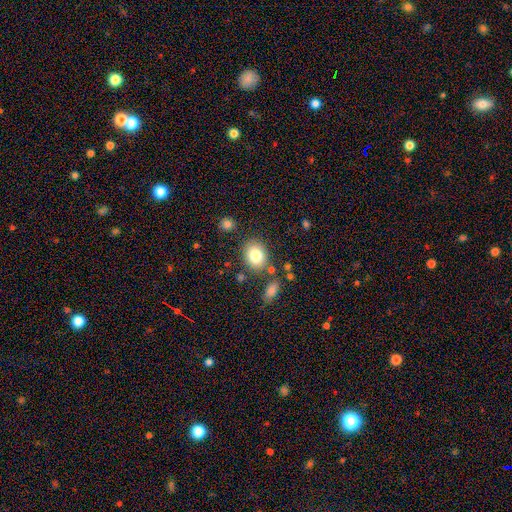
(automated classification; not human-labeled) Smooth or featured? Predicted: smooth (p=0.80). How rounded? Predicted: in between (p=0.57). Merging? Predicted: none (p=0.78).